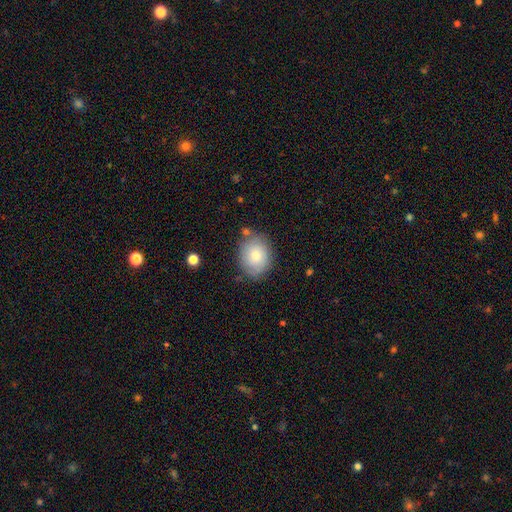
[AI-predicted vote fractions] A smooth galaxy with no disk features (77%) that is round (56%). Merging: none (75%).